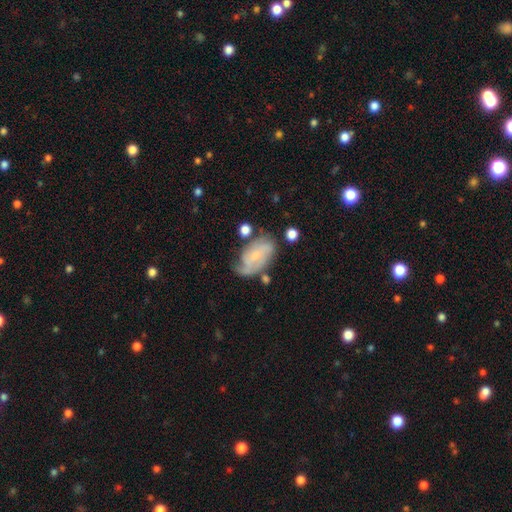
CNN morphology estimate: Overall: featured or disk (65%; smooth 28%). Edge-on disk: no (95%). Bar: no (58%; weak 34%). Spiral arms: yes (84%). Spiral arm count: 2 (43%; can't tell 31%). Spiral winding: tight (39%, tied with medium). Bulge size: small (72%). Merging: none (50%; minor disturbance 28%).